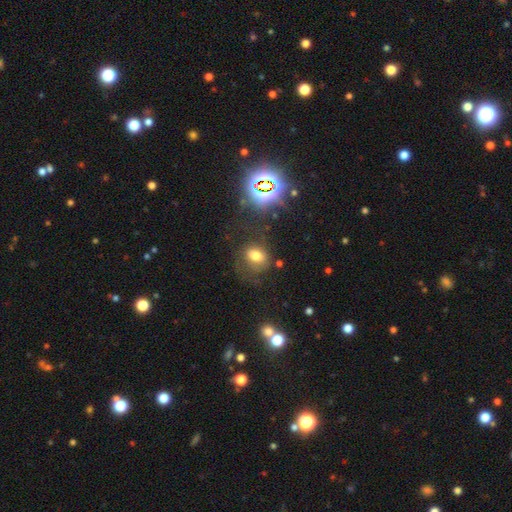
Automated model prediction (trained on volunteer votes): smooth_or_featured: smooth (p=0.68) [alt: star or artifact p=0.18]
how_rounded: in between (p=0.56) [alt: round p=0.42]
merging: none (p=0.64) [alt: minor disturbance p=0.19]